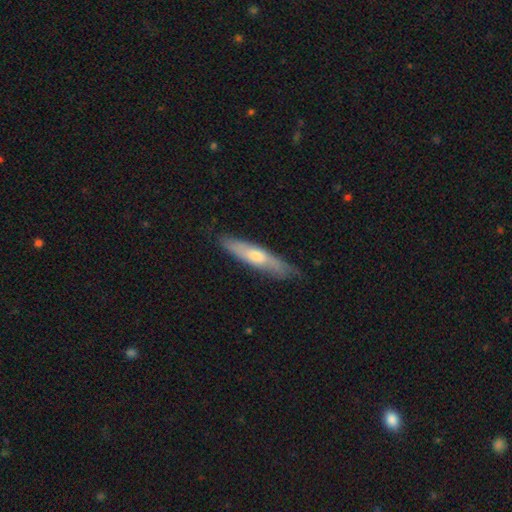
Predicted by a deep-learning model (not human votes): This is possibly a smooth galaxy (55%). How rounded: clearly cigar-shaped (83%). Merging: likely none (75%).